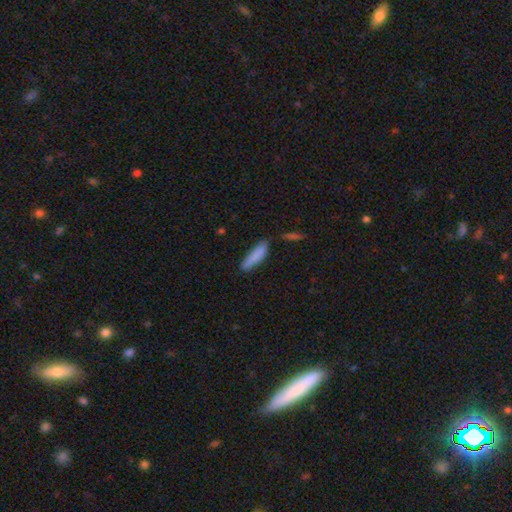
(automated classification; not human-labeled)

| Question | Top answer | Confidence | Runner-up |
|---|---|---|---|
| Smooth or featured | smooth | 84% | featured or disk (9%) |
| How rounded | cigar-shaped | 75% | in between (24%) |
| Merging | none | 73% | minor disturbance (18%) |